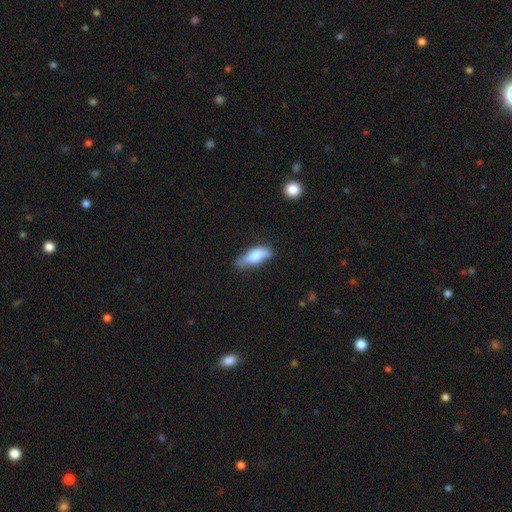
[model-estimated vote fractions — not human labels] smooth_or_featured: smooth (p=0.75) [alt: featured or disk p=0.18]
how_rounded: in between (p=0.66) [alt: cigar-shaped p=0.31]
merging: none (p=0.53) [alt: minor disturbance p=0.34]